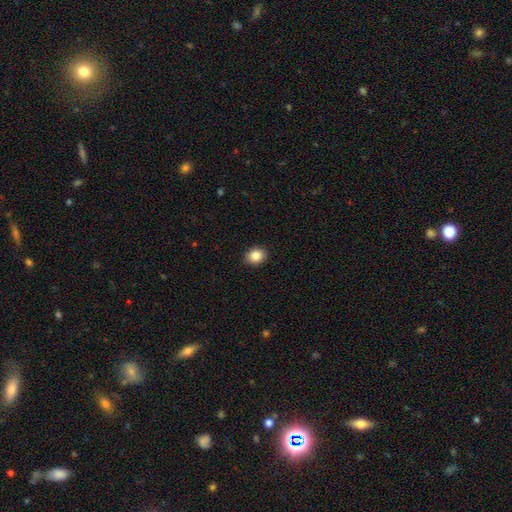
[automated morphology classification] This is clearly a smooth galaxy (85%). How rounded: possibly round (54%). Merging: clearly none (91%).